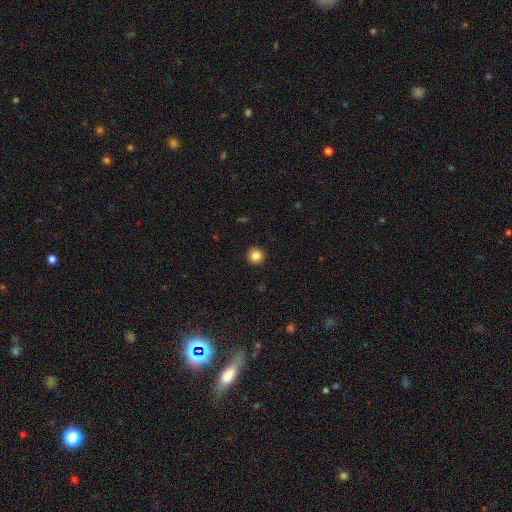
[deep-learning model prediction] This appears to be a smooth galaxy with no disk features (86%) that is round (96%). Merging: none (93%).